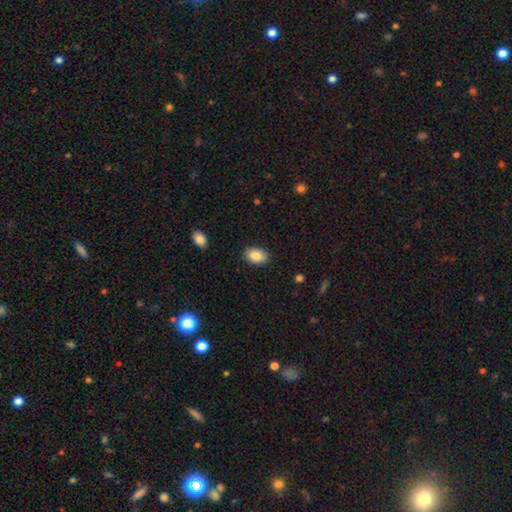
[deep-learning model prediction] This appears to be a smooth galaxy with no disk features (88%) that is in between round and cigar-shaped (87%). Merging: none (86%).